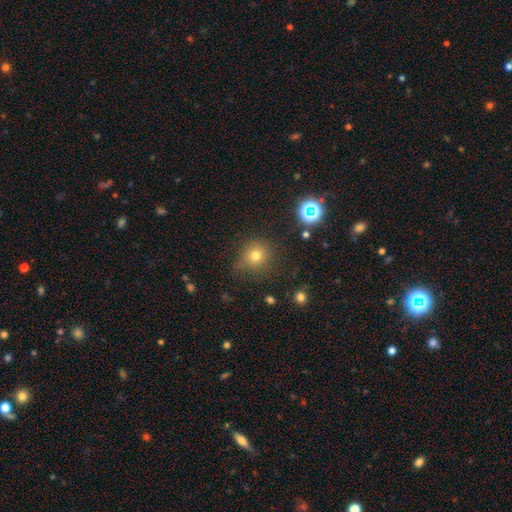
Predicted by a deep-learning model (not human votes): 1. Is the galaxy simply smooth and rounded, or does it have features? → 71% smooth, 20% star or artifact, 8% featured or disk.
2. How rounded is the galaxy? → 89% round, 10% in between, 1% cigar-shaped.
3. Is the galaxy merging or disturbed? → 75% none, 16% minor disturbance, 6% major disturbance, 3% merger.